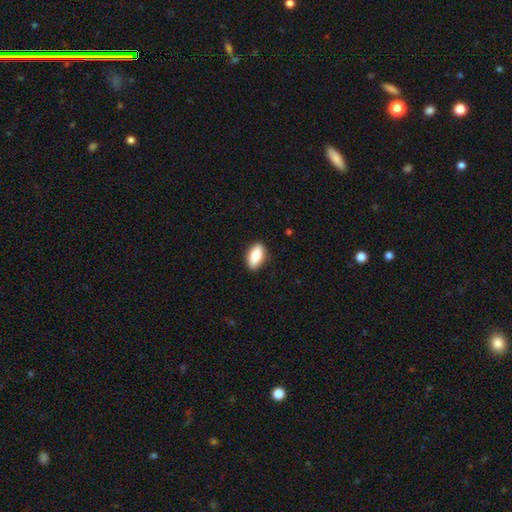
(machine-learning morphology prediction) smooth_or_featured: smooth (p=0.77) [alt: featured or disk p=0.16]
how_rounded: in between (p=0.87) [alt: cigar-shaped p=0.09]
merging: none (p=0.89) [alt: minor disturbance p=0.08]